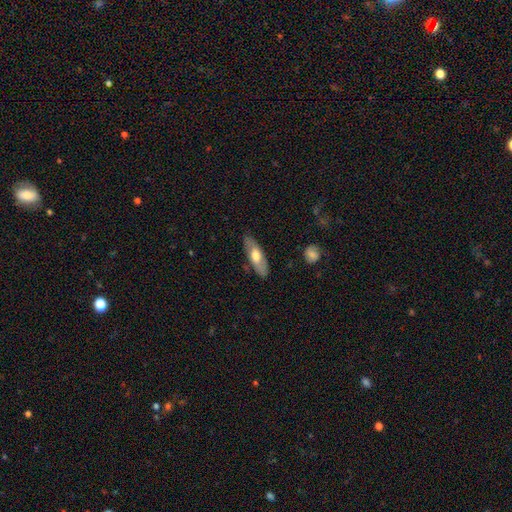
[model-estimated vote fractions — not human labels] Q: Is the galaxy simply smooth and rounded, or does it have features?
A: smooth — 51%.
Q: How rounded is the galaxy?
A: in between — 66%.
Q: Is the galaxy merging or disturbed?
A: none — 83%.